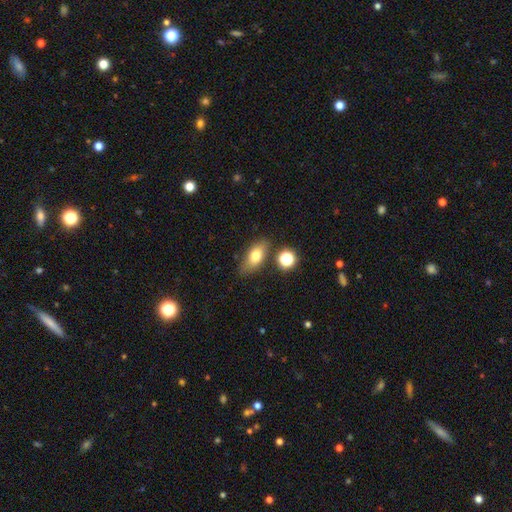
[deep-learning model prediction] Overall: smooth (73%). How rounded: in between (80%). Merging: none (76%).